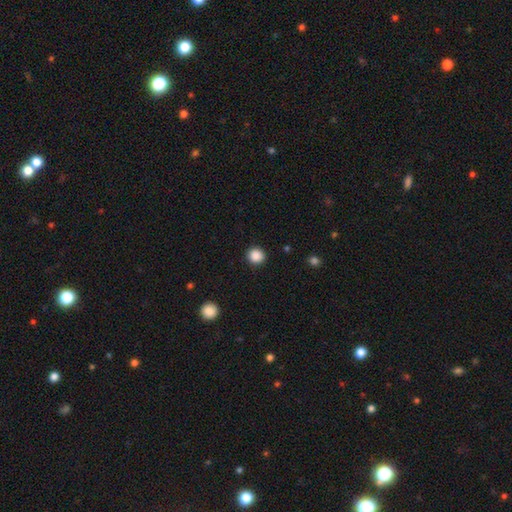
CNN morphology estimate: A smooth galaxy with no disk features (88%) that is round (91%).

Vote fractions:
- Smooth or featured? smooth: 88% / star or artifact: 10% / featured or disk: 3%
- How rounded? round: 91% / in between: 8% / cigar-shaped: 1%
- Merging? none: 91% / minor disturbance: 6% / major disturbance: 2% / merger: 1%